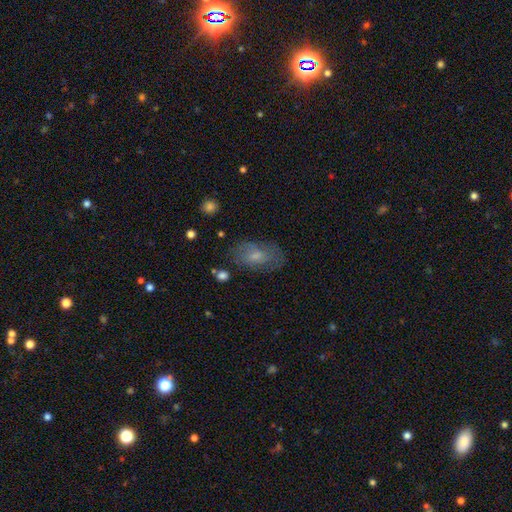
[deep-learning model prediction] smooth-or-featured: smooth: 59% | featured or disk: 32% | star or artifact: 8%
  how-rounded: in between: 91% | round: 5% | cigar-shaped: 4%
  merging: none: 69% | minor disturbance: 21% | major disturbance: 8% | merger: 2%